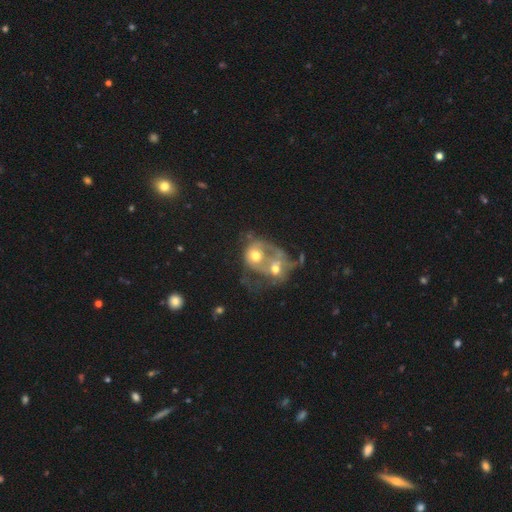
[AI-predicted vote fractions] Smooth or featured: featured or disk — 50% (smooth — 39%)
Merging: merger — 75% (major disturbance — 12%)